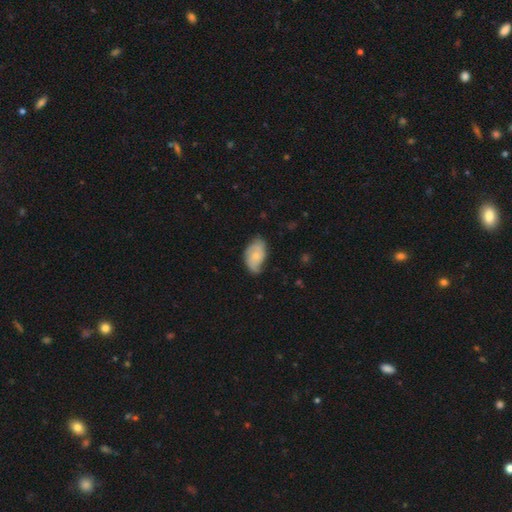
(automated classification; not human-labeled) smooth-or-featured: featured or disk: 49% | smooth: 44% | star or artifact: 7%
  merging: none: 59% | minor disturbance: 31% | major disturbance: 9% | merger: 1%